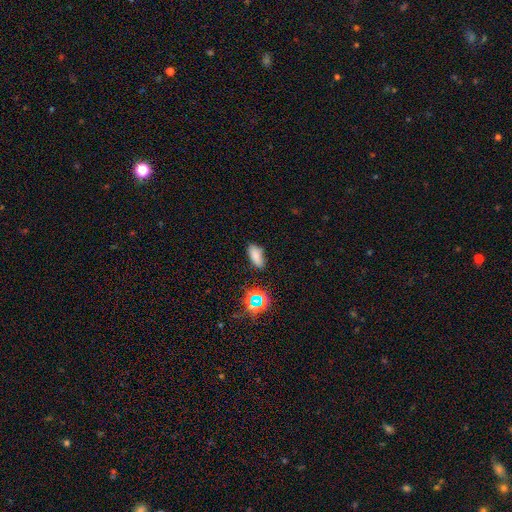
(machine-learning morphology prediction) The model was most divided on "merging": none: 74%, minor disturbance: 19%, major disturbance: 4%, merger: 3%. More confident: how rounded — in between (83%); smooth or featured — smooth (76%).